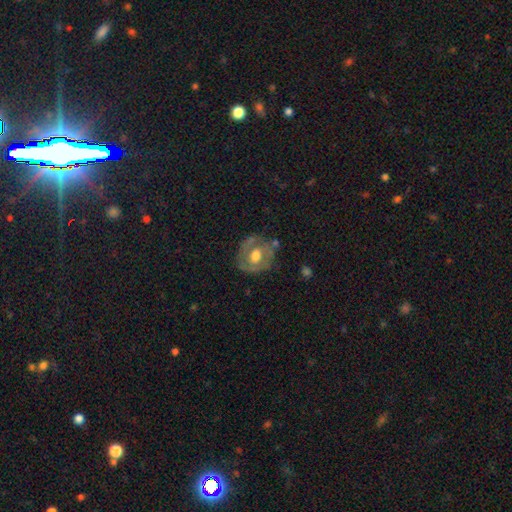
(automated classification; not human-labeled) The model was most divided on "spiral arms": no: 56%, yes: 44%. More confident: edge-on disk — no (95%); bar — no (72%); merging — none (68%); smooth or featured — featured or disk (60%); bulge size — moderate (60%).